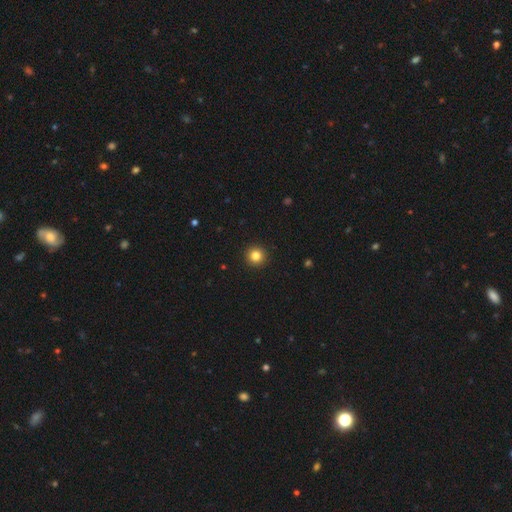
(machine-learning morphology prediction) smooth-or-featured: smooth: 84% | star or artifact: 11% | featured or disk: 5%
  how-rounded: round: 96% | in between: 3% | cigar-shaped: 1%
  merging: none: 94% | minor disturbance: 4% | major disturbance: 1% | merger: 1%